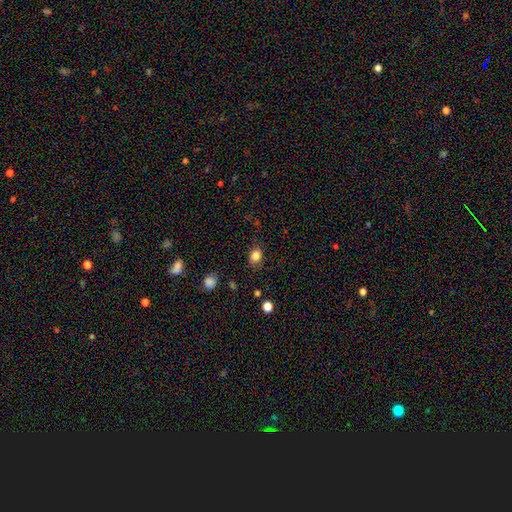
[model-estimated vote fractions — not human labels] Q: Smooth or featured?
A: smooth (84%); runner-up: star or artifact (11%)
Q: How rounded?
A: in between (59%); runner-up: round (40%)
Q: Merging?
A: none (80%); runner-up: minor disturbance (14%)